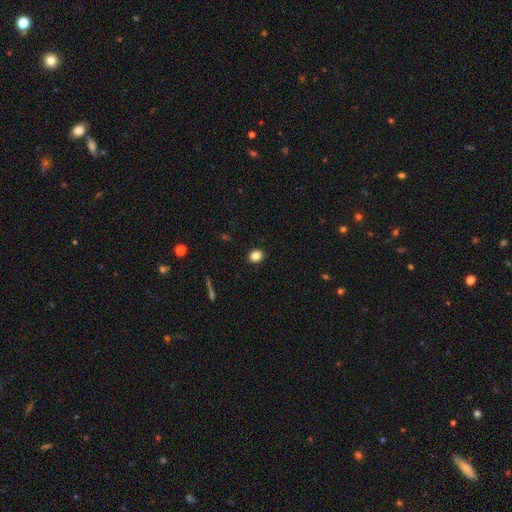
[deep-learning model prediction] This is clearly a smooth galaxy (83%). How rounded: possibly round (59%). Merging: clearly none (91%).